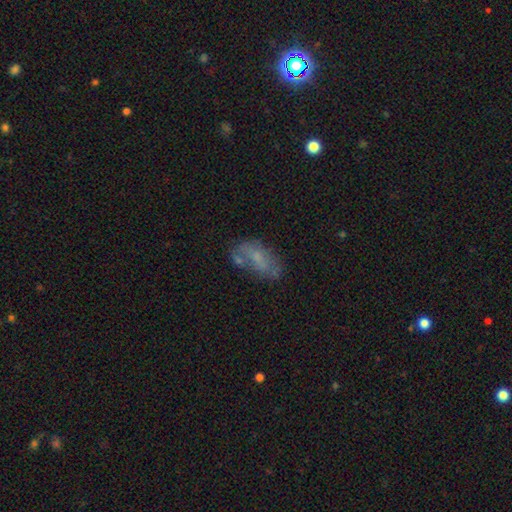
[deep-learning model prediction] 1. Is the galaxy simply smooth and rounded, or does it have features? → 47% smooth, 42% featured or disk, 11% star or artifact.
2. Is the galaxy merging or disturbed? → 49% none, 24% minor disturbance, 15% major disturbance, 13% merger.